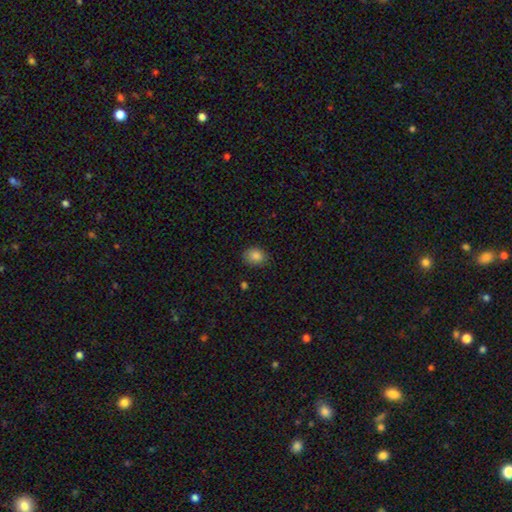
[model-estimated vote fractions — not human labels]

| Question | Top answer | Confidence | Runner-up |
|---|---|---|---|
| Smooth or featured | smooth | 85% | star or artifact (10%) |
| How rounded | in between | 52% | round (47%) |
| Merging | none | 79% | minor disturbance (16%) |